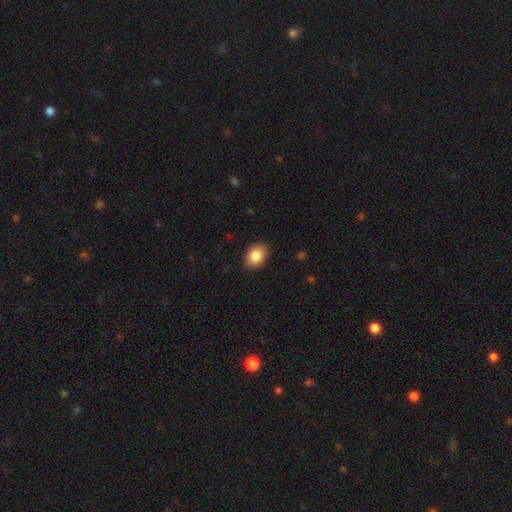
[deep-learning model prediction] Smooth or featured? smooth (87%)
How rounded? in between (77%)
Merging? none (88%)